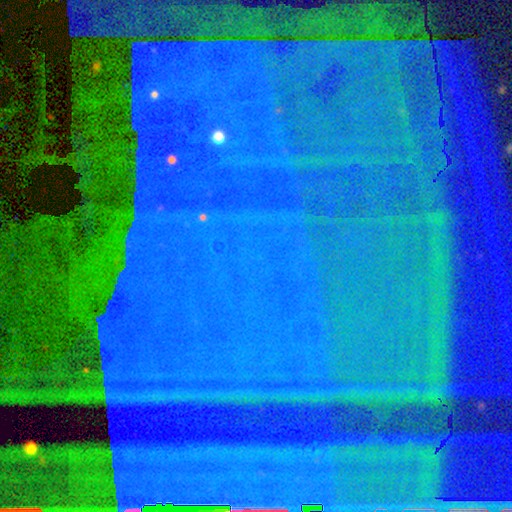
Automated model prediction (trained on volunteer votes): Smooth or featured: star or artifact — 86% (featured or disk — 8%)